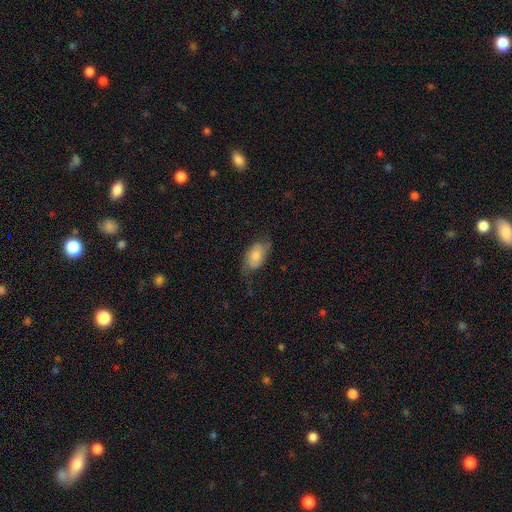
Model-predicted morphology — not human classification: This appears to be a smooth galaxy with no disk features (57%) that is in between round and cigar-shaped (91%). Merging: none (58%).